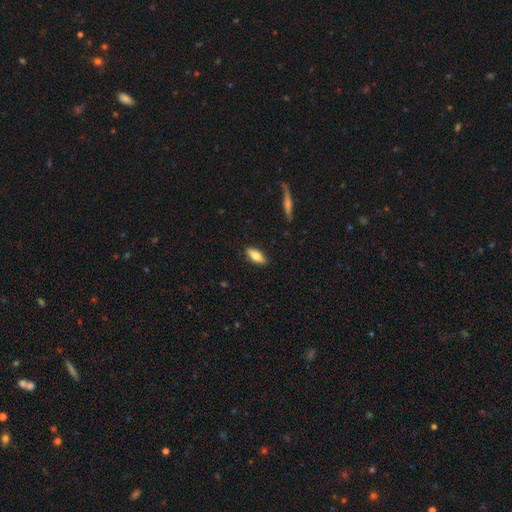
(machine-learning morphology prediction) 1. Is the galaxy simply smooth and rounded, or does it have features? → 65% smooth, 28% featured or disk, 7% star or artifact.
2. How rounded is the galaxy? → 69% in between, 29% cigar-shaped, 2% round.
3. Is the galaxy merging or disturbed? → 88% none, 9% minor disturbance, 2% major disturbance, 1% merger.